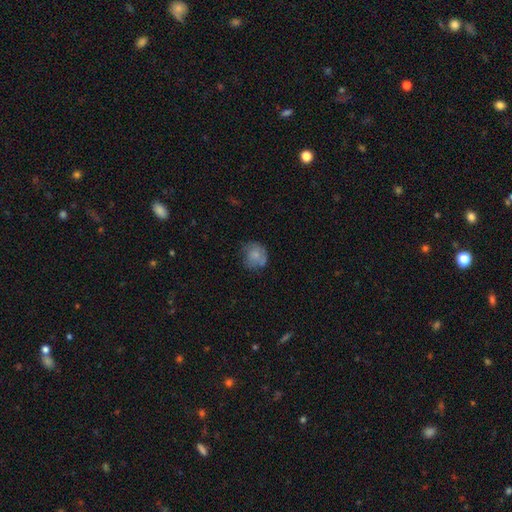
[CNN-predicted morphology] A smooth galaxy with no disk features (69%) that is round (79%).

Vote fractions:
- Smooth or featured? smooth: 69% / featured or disk: 22% / star or artifact: 9%
- How rounded? round: 79% / in between: 20% / cigar-shaped: 1%
- Merging? none: 53% / minor disturbance: 29% / major disturbance: 14% / merger: 3%